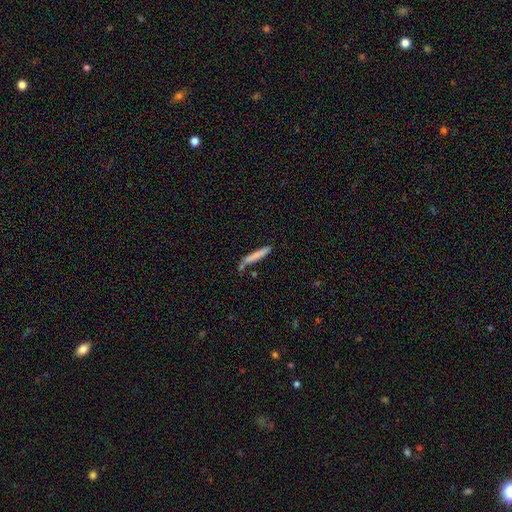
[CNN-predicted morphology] Q: Smooth or featured?
A: smooth (77%); runner-up: featured or disk (16%)
Q: How rounded?
A: cigar-shaped (94%); runner-up: in between (5%)
Q: Merging?
A: none (70%); runner-up: minor disturbance (15%)